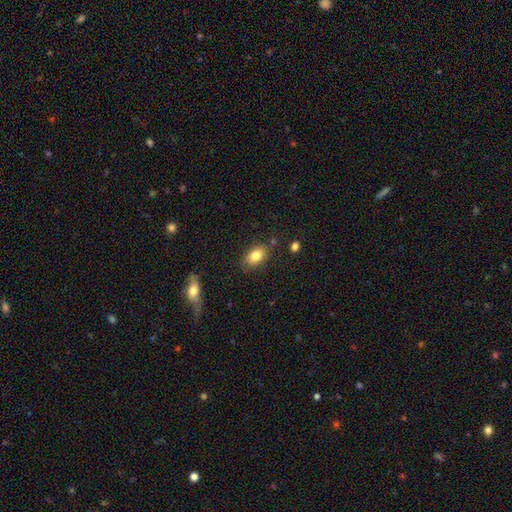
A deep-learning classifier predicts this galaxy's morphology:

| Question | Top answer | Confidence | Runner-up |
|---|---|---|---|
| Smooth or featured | smooth | 82% | featured or disk (10%) |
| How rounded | in between | 88% | round (9%) |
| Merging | none | 82% | minor disturbance (12%) |